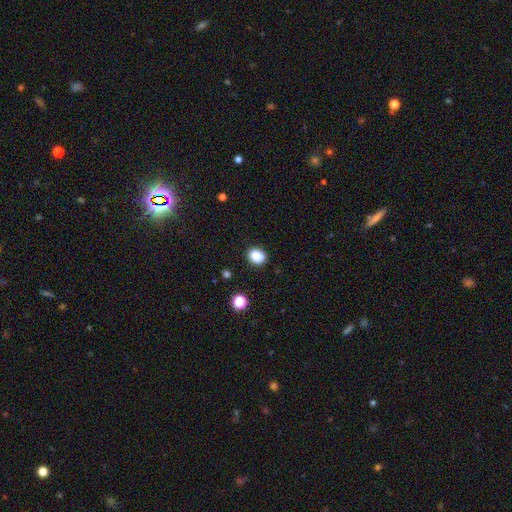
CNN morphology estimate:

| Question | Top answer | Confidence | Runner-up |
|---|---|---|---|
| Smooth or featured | smooth | 85% | star or artifact (11%) |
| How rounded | round | 63% | in between (36%) |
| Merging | none | 86% | minor disturbance (10%) |